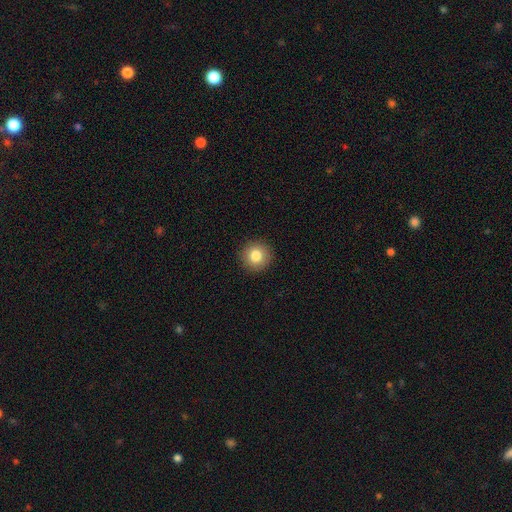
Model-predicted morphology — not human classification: A smooth galaxy with no disk features (83%) that is round (94%).

Vote fractions:
- Smooth or featured? smooth: 83% / star or artifact: 10% / featured or disk: 8%
- How rounded? round: 94% / in between: 5% / cigar-shaped: 1%
- Merging? none: 92% / minor disturbance: 5% / major disturbance: 2% / merger: 1%